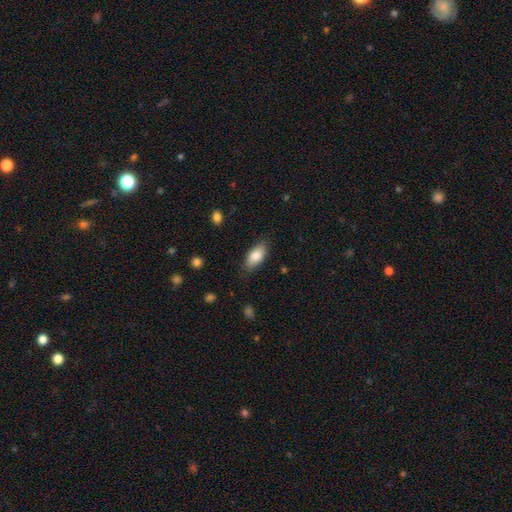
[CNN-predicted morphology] type=smooth (82%); roundness=in between (89%); merging=none (81%).